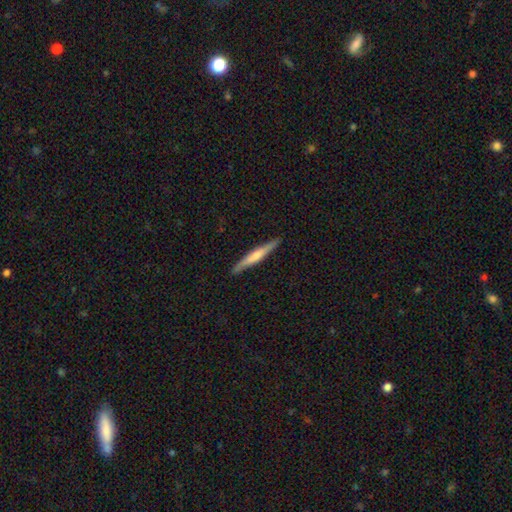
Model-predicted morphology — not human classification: type=featured or disk (48%); merging=none (90%).